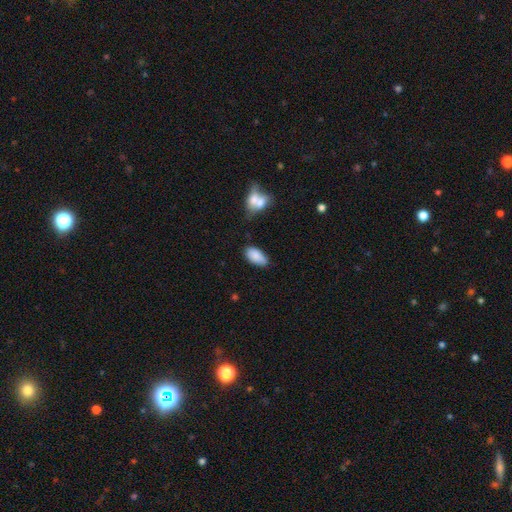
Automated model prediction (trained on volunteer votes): This appears to be a smooth galaxy with no disk features (86%) that is in between round and cigar-shaped (93%). Merging: none (69%).